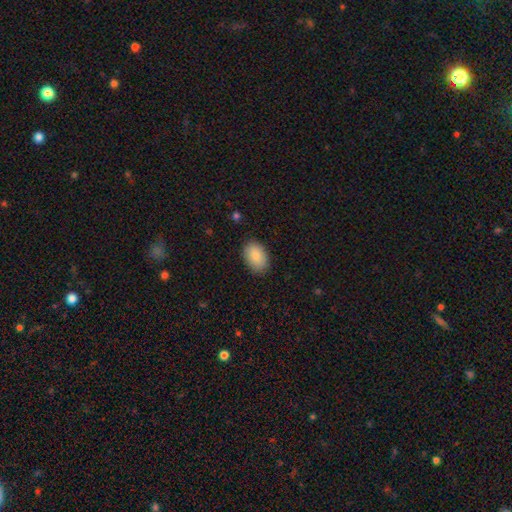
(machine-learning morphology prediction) This appears to be a smooth galaxy with no disk features (89%) that is in between round and cigar-shaped (88%). Merging: none (87%).